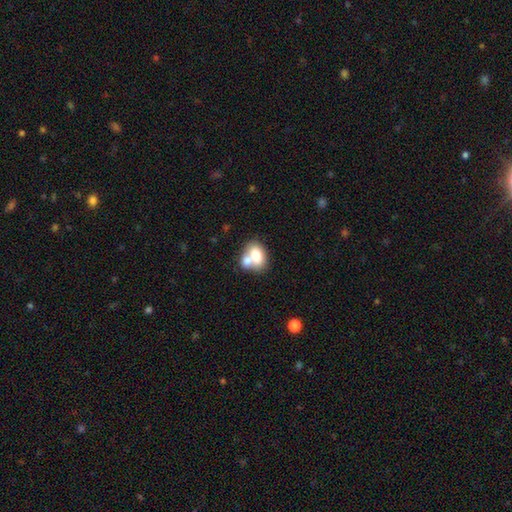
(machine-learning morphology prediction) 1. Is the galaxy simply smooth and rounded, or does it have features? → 72% smooth, 20% featured or disk, 8% star or artifact.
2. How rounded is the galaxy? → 75% in between, 24% round, 1% cigar-shaped.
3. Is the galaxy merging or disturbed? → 54% merger, 32% none, 10% minor disturbance, 4% major disturbance.